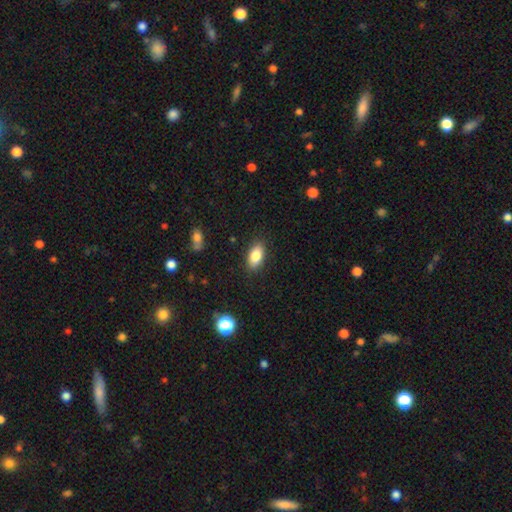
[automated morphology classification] type=smooth (85%); roundness=in between (90%); merging=none (87%).